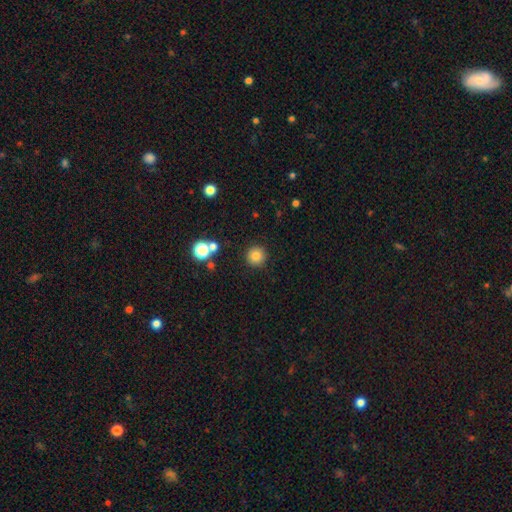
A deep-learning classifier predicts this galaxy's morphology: A smooth galaxy with no disk features (81%) that is round (95%). Merging: none (89%).